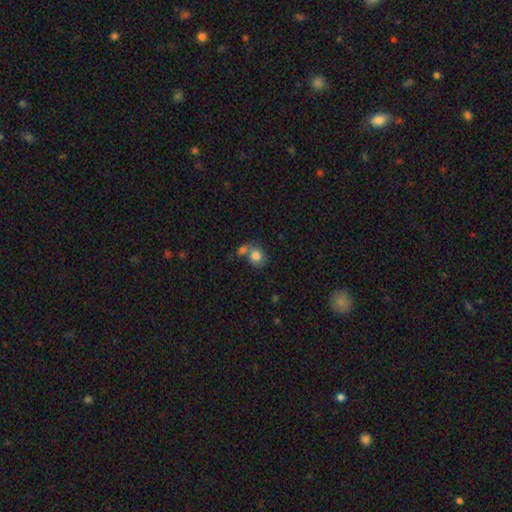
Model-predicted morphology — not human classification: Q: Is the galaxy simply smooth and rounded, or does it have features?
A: smooth — 82%.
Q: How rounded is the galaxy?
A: round — 73%.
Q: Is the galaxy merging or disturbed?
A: none — 42%, tied with merger.